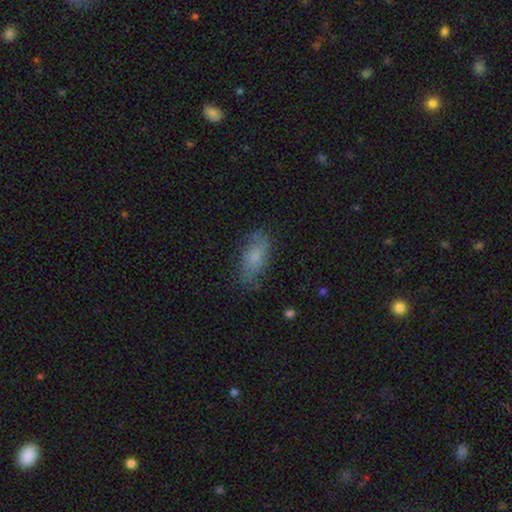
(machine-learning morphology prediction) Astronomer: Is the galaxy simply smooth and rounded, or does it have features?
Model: smooth — 62%.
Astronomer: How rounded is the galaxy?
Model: in between — 80%.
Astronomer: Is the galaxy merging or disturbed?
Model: none — 71%.